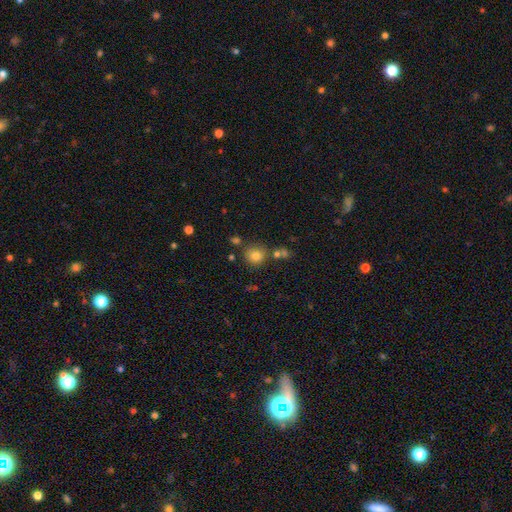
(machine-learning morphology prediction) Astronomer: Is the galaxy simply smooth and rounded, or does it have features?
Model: smooth — 80%.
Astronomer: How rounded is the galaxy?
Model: round — 86%.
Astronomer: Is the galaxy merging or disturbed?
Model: none — 74%.